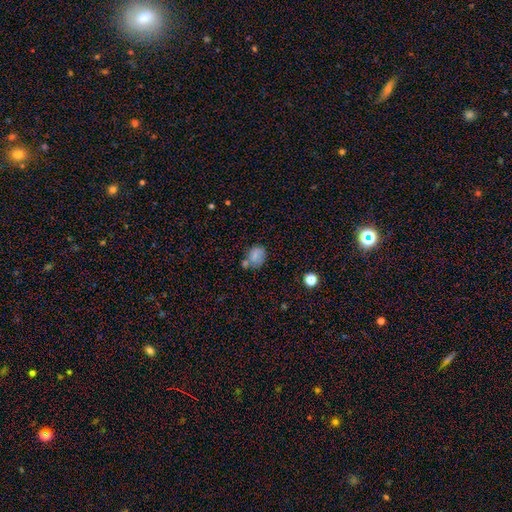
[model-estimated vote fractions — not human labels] smooth 77%, featured or disk 12%, star or artifact 11%. Down the decision tree: how rounded — in between (50%); merging — none (54%).